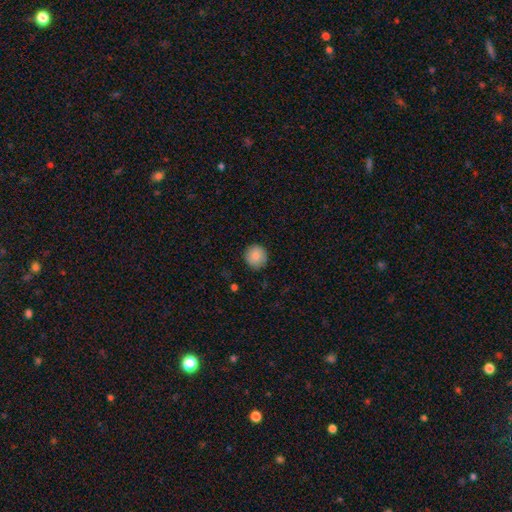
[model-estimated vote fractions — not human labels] Overall: smooth (86%). How rounded: round (93%). Merging: none (87%).